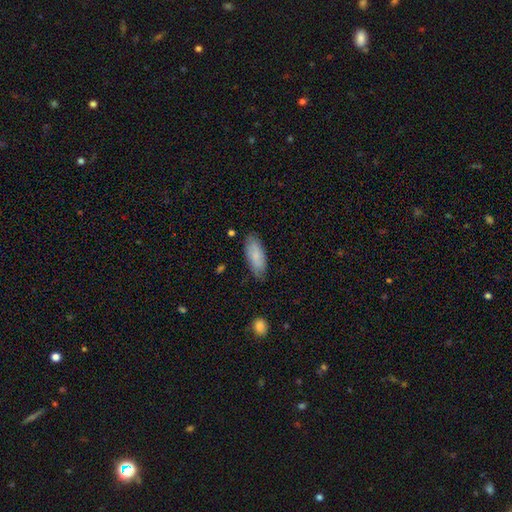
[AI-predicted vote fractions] Q: Smooth or featured?
A: smooth (77%); runner-up: featured or disk (17%)
Q: How rounded?
A: in between (79%); runner-up: cigar-shaped (19%)
Q: Merging?
A: none (76%); runner-up: minor disturbance (19%)